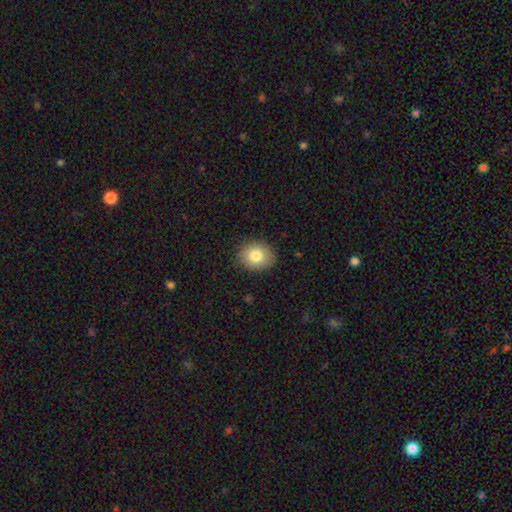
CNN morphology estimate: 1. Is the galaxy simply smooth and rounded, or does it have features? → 81% smooth, 10% featured or disk, 9% star or artifact.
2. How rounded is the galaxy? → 61% round, 38% in between, 1% cigar-shaped.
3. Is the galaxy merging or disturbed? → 89% none, 8% minor disturbance, 2% major disturbance, 1% merger.